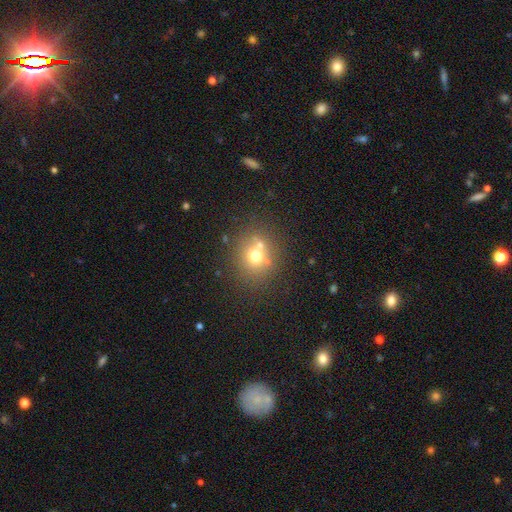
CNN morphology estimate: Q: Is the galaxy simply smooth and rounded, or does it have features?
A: smooth — 66%.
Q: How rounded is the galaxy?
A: round — 81%.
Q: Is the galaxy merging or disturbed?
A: none — 65%.